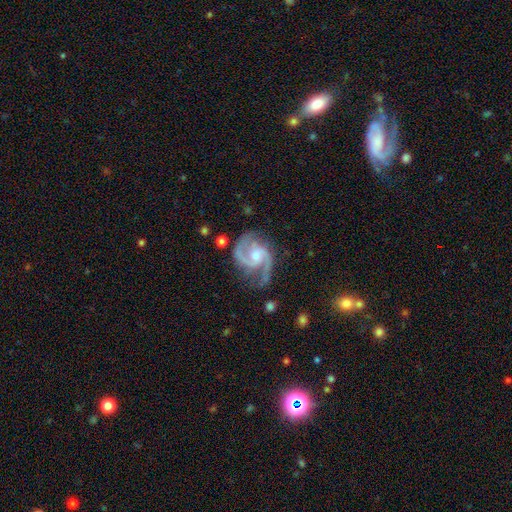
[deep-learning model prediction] Smooth or featured? Predicted: featured or disk (p=0.92). Edge-on disk? Predicted: no (p=0.98). Bar? Predicted: no (p=0.52). Spiral arms? Predicted: yes (p=0.98). Spiral winding? Predicted: medium (p=0.62). Spiral arm count? Predicted: 2 (p=0.89). Bulge size? Predicted: moderate (p=0.49). Merging? Predicted: none (p=0.67).